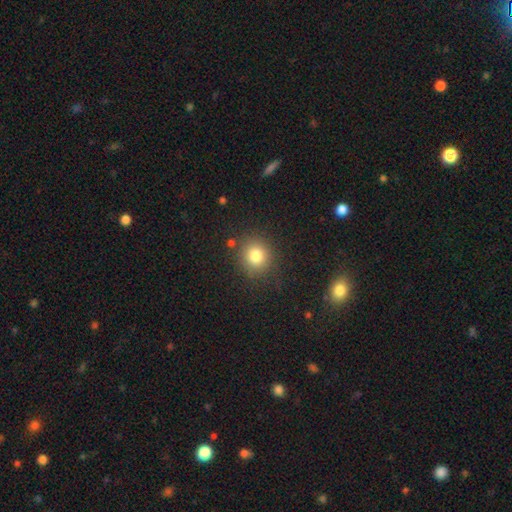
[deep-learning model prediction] Smooth or featured?
  - smooth: 81% *
  - star or artifact: 12%
  - featured or disk: 7%
How rounded?
  - round: 86% *
  - in between: 13%
  - cigar-shaped: 1%
Merging?
  - none: 83% *
  - minor disturbance: 10%
  - major disturbance: 4%
  - merger: 3%